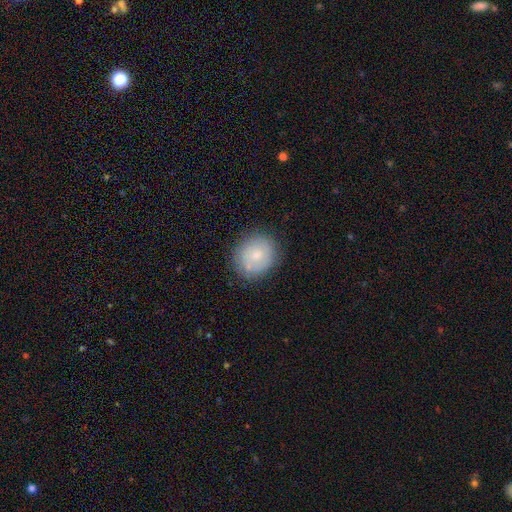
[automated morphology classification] Smooth or featured? smooth (70%)
How rounded? round (78%)
Merging? none (77%)